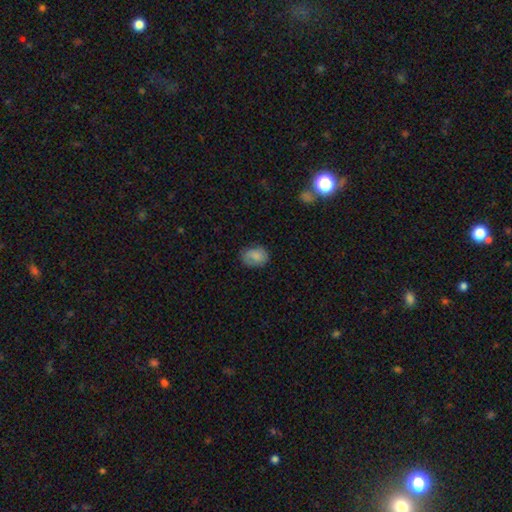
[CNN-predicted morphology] type=smooth (80%); roundness=in between (56%); merging=none (73%).